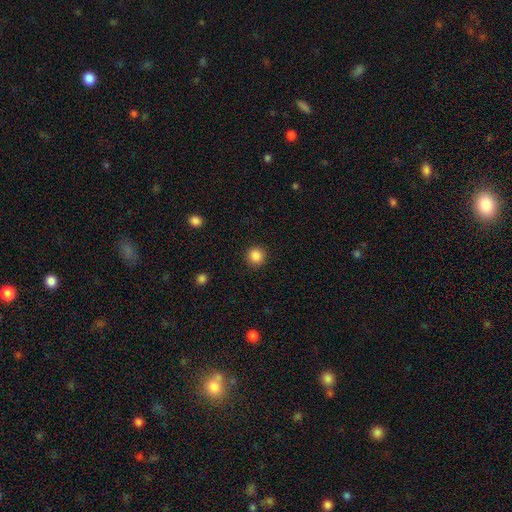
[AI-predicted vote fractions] The model was most divided on "smooth or featured": smooth: 87%, star or artifact: 10%, featured or disk: 3%. More confident: how rounded — round (94%); merging — none (91%).